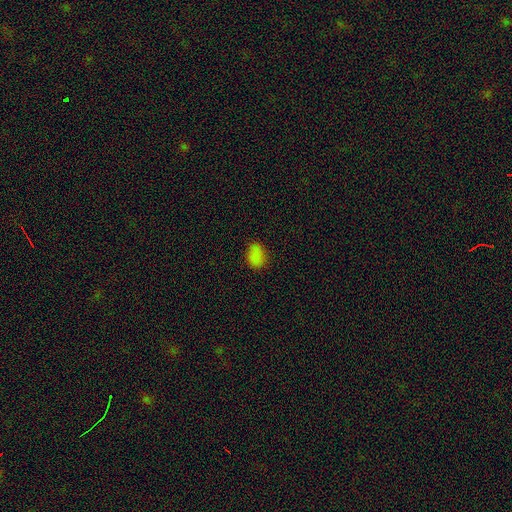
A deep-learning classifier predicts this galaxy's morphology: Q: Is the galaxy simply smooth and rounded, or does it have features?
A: smooth — 81%.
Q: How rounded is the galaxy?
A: in between — 75%.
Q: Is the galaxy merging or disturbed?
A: none — 80%.